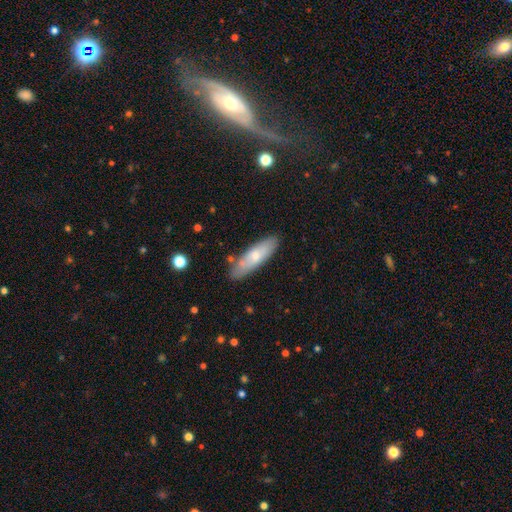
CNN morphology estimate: smooth_or_featured: smooth (p=0.65) [alt: featured or disk p=0.29]
how_rounded: cigar-shaped (p=0.58) [alt: in between p=0.41]
merging: none (p=0.80) [alt: minor disturbance p=0.14]